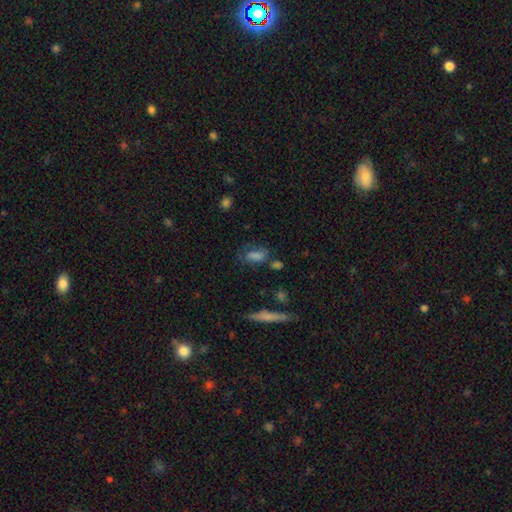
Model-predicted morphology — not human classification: smooth_or_featured: smooth (p=0.66) [alt: featured or disk p=0.21]
how_rounded: in between (p=0.75) [alt: cigar-shaped p=0.18]
merging: none (p=0.57) [alt: minor disturbance p=0.23]